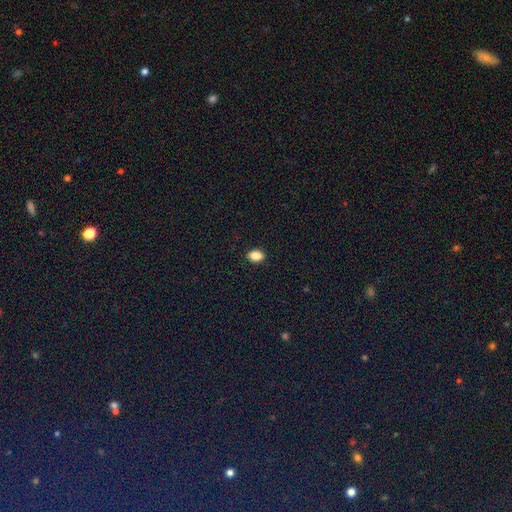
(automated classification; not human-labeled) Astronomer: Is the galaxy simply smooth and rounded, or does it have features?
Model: smooth — 86%.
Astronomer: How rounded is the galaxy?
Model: in between — 82%.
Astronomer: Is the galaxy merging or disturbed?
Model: none — 90%.